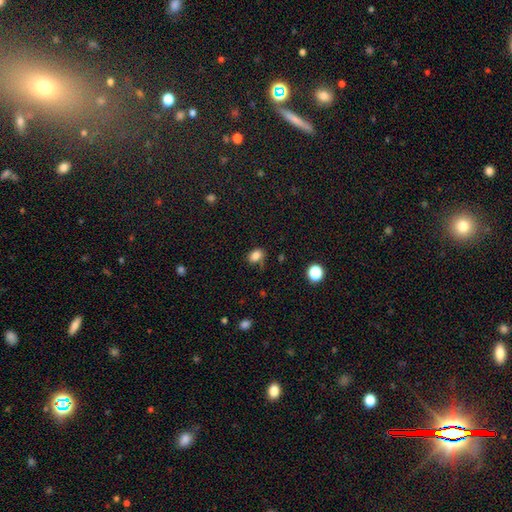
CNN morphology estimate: type=smooth (82%); roundness=in between (76%); merging=none (64%).